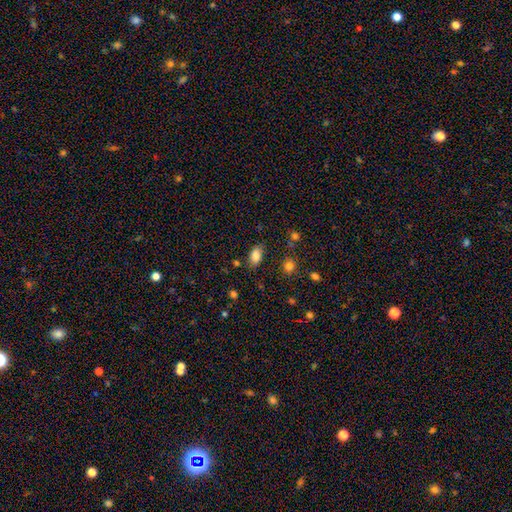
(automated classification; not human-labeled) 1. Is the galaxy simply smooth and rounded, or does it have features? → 84% smooth, 10% star or artifact, 6% featured or disk.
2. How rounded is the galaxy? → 89% in between, 8% round, 2% cigar-shaped.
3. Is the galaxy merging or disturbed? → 77% none, 16% minor disturbance, 4% major disturbance, 3% merger.